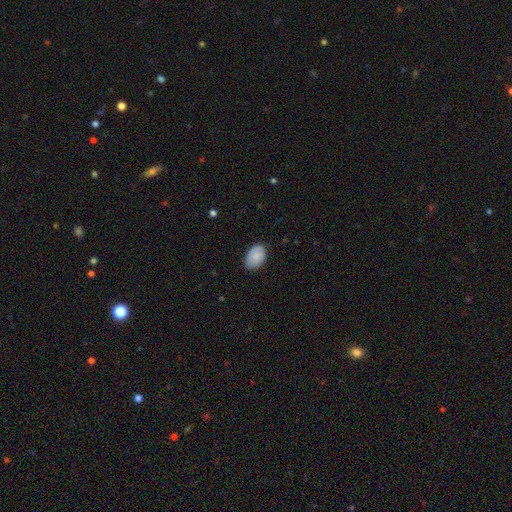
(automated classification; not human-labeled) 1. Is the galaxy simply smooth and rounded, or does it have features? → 85% smooth, 8% featured or disk, 7% star or artifact.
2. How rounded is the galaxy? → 86% in between, 13% round, 1% cigar-shaped.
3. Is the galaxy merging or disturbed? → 79% none, 17% minor disturbance, 3% major disturbance, 1% merger.